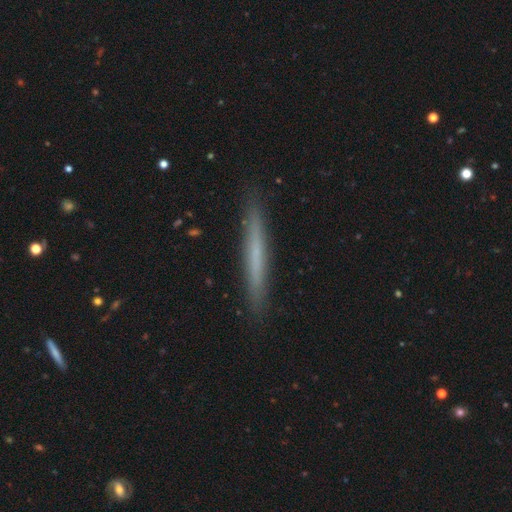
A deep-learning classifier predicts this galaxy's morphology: smooth-or-featured: smooth: 52% | featured or disk: 41% | star or artifact: 7%
  how-rounded: cigar-shaped: 97% | in between: 2% | round: 1%
  merging: none: 91% | minor disturbance: 7% | major disturbance: 1% | merger: 1%